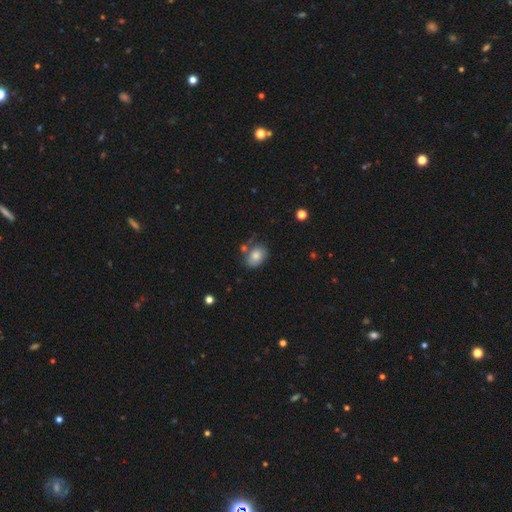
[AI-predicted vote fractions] Smooth or featured?
  - smooth: 76% *
  - featured or disk: 15%
  - star or artifact: 8%
How rounded?
  - in between: 64% *
  - round: 35%
  - cigar-shaped: 1%
Merging?
  - none: 61% *
  - minor disturbance: 21%
  - merger: 11%
  - major disturbance: 6%